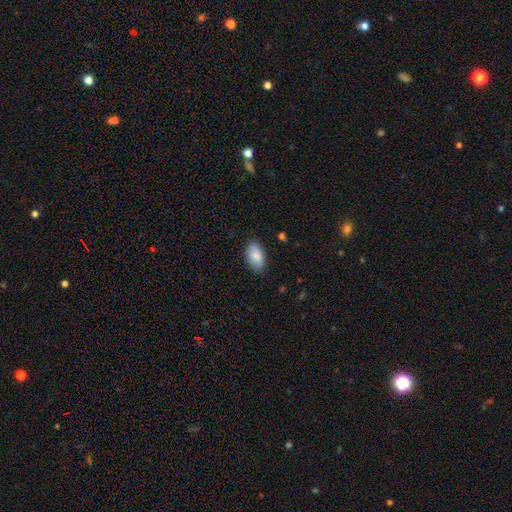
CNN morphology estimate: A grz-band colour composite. It shows a smooth galaxy with no disk features (86%) that is in between round and cigar-shaped (94%). Merging: none (86%).